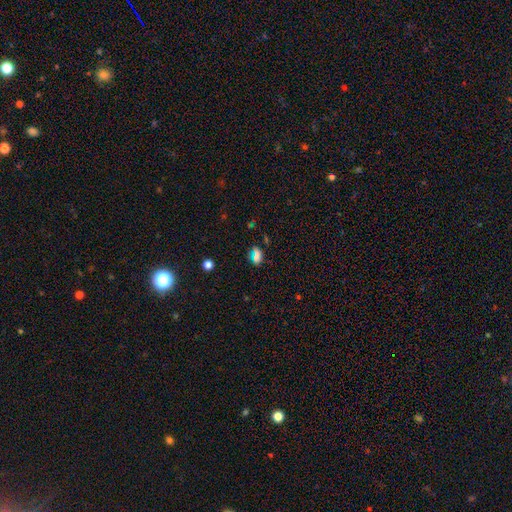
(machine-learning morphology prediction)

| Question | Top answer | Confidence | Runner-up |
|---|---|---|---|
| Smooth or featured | smooth | 58% | star or artifact (33%) |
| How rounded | in between | 57% | round (35%) |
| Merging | none | 71% | minor disturbance (16%) |